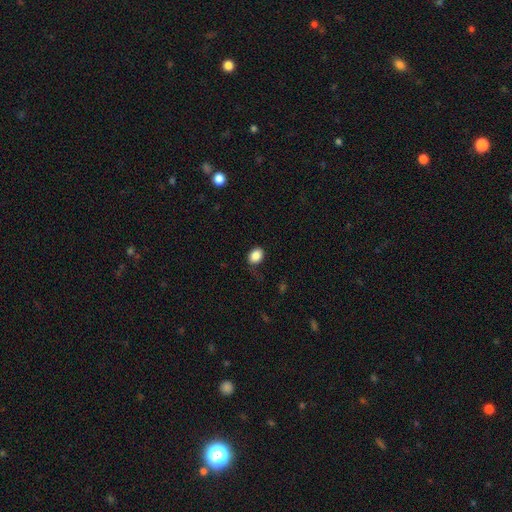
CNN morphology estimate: Overall: smooth (87%). How rounded: in between (64%; round 35%). Merging: none (73%).